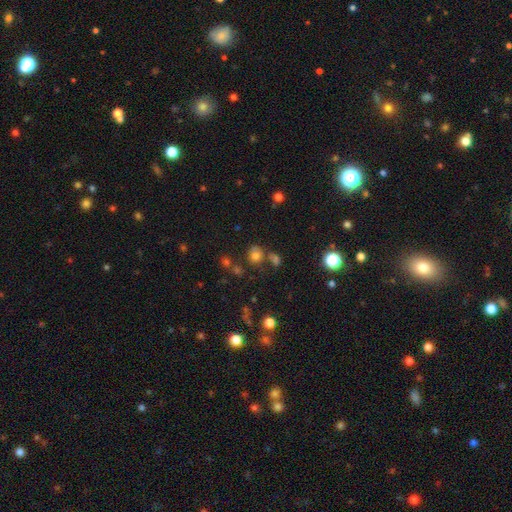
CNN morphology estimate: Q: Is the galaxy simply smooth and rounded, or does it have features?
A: smooth — 70%.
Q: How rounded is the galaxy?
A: round — 77%.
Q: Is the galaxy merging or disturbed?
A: none — 63%.